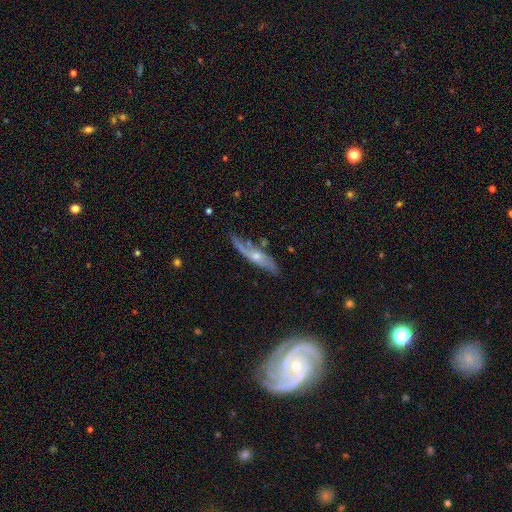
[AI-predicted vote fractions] Q: Smooth or featured?
A: featured or disk (66%); runner-up: smooth (27%)
Q: Edge-on disk?
A: yes (54%); runner-up: no (46%)
Q: Merging?
A: none (58%); runner-up: minor disturbance (25%)